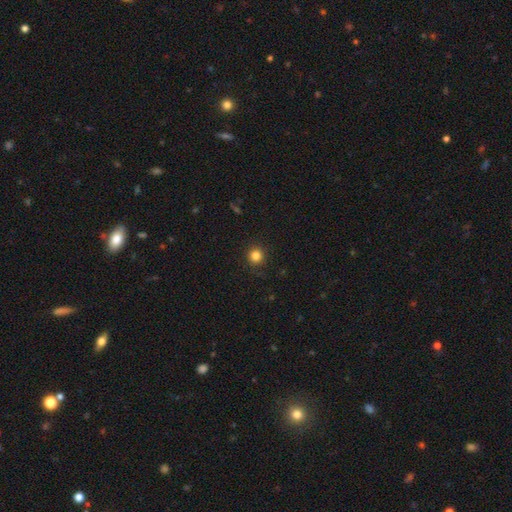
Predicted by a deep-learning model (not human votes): The model was most divided on "smooth or featured": smooth: 83%, star or artifact: 13%, featured or disk: 4%. More confident: how rounded — round (94%); merging — none (91%).